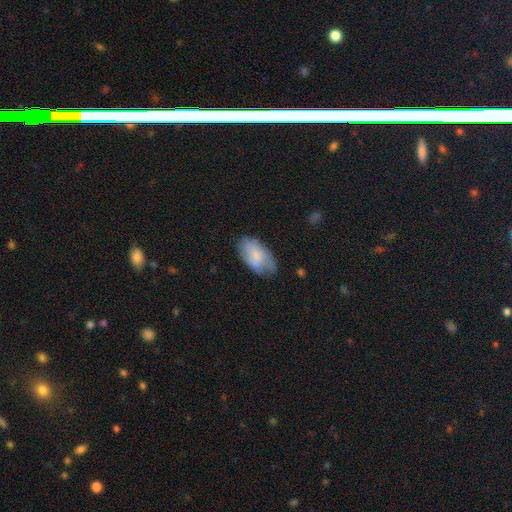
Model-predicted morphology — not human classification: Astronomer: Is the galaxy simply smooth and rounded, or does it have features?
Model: smooth — 69%.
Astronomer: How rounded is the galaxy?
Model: in between — 95%.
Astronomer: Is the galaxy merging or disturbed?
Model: none — 61%.